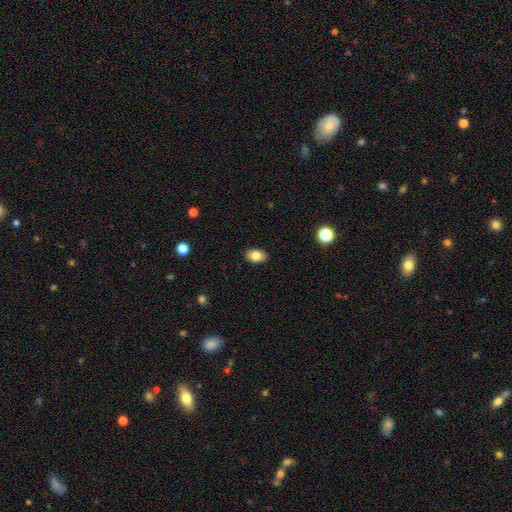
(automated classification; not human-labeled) The model was most divided on "smooth or featured": smooth: 82%, featured or disk: 10%, star or artifact: 8%. More confident: merging — none (90%); how rounded — in between (87%).